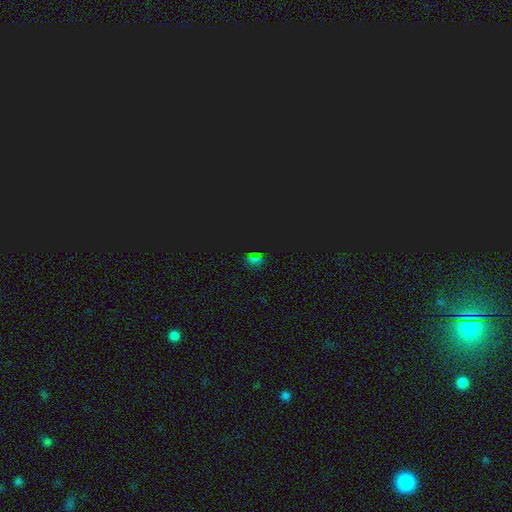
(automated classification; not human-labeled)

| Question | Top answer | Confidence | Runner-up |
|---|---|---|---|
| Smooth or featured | star or artifact | 62% | smooth (31%) |